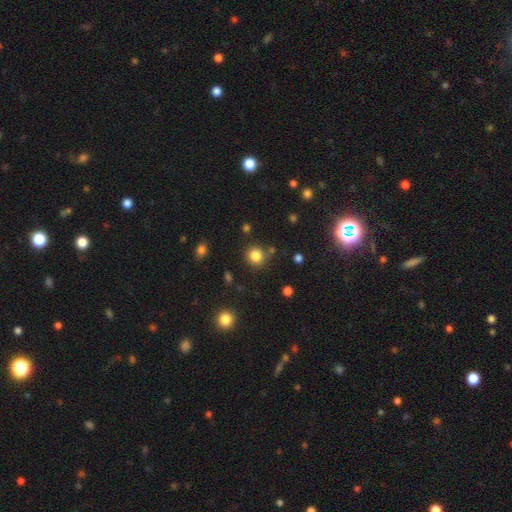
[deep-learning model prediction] smooth_or_featured: smooth (p=0.82) [alt: star or artifact p=0.13]
how_rounded: round (p=0.89) [alt: in between p=0.10]
merging: none (p=0.78) [alt: minor disturbance p=0.11]